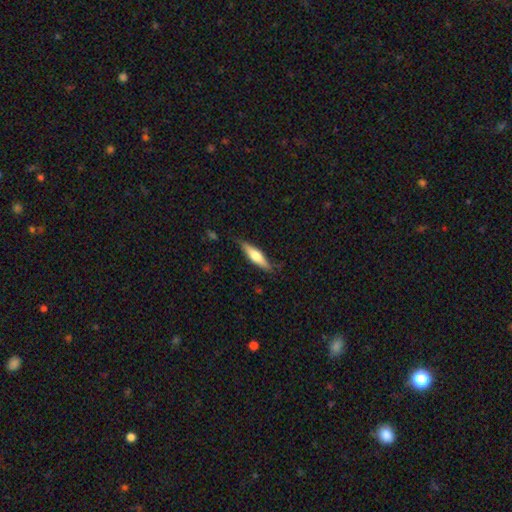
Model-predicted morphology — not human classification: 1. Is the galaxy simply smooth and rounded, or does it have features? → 50% smooth, 44% featured or disk, 6% star or artifact.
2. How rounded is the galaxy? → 73% cigar-shaped, 26% in between, 2% round.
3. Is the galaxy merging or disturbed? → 81% none, 15% minor disturbance, 3% major disturbance, 1% merger.